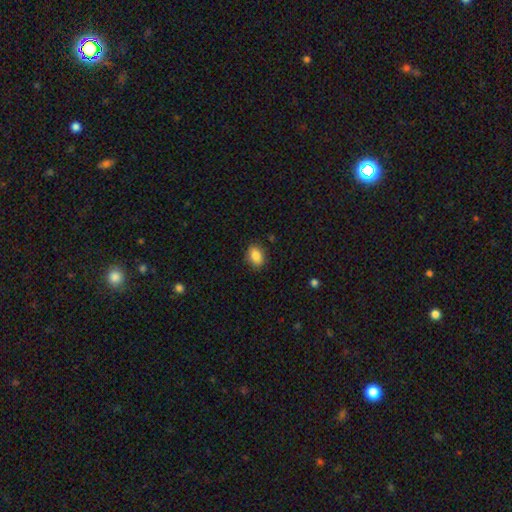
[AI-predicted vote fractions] Overall: smooth (86%). How rounded: in between (76%). Merging: none (86%).